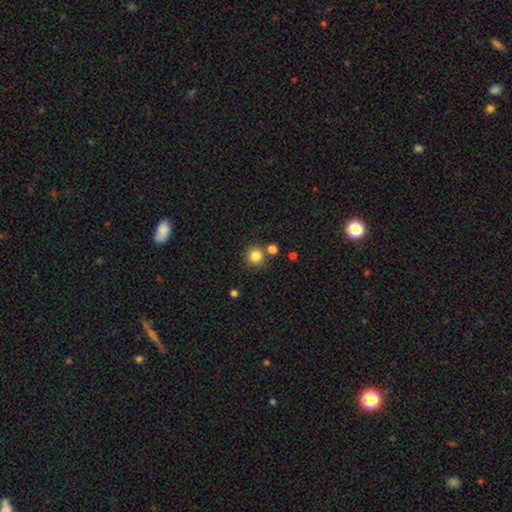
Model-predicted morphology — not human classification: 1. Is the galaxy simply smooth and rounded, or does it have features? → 83% smooth, 12% star or artifact, 5% featured or disk.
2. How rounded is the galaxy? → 93% round, 6% in between, 1% cigar-shaped.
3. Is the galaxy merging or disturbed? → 76% none, 13% merger, 8% minor disturbance, 3% major disturbance.